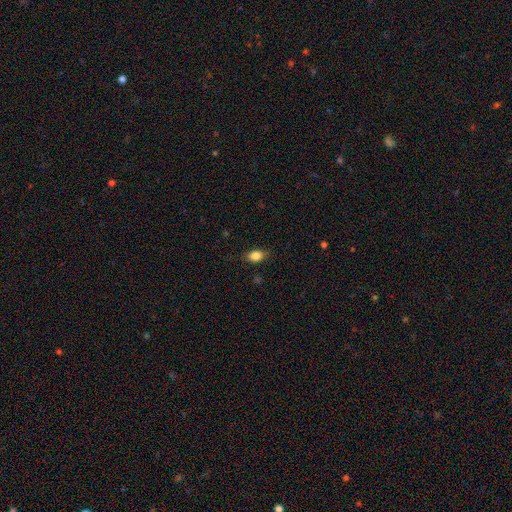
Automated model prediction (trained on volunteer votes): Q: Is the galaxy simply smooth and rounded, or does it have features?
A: smooth — 85%.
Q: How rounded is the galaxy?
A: in between — 82%.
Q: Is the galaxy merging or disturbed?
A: none — 83%.